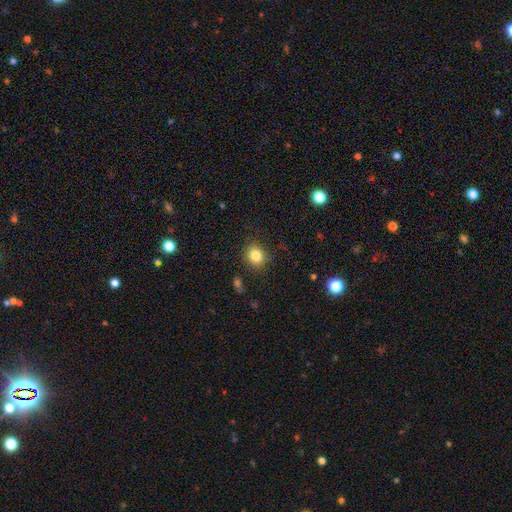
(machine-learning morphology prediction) The model was most divided on "how rounded": round: 68%, in between: 31%, cigar-shaped: 1%. More confident: merging — none (86%); smooth or featured — smooth (83%).